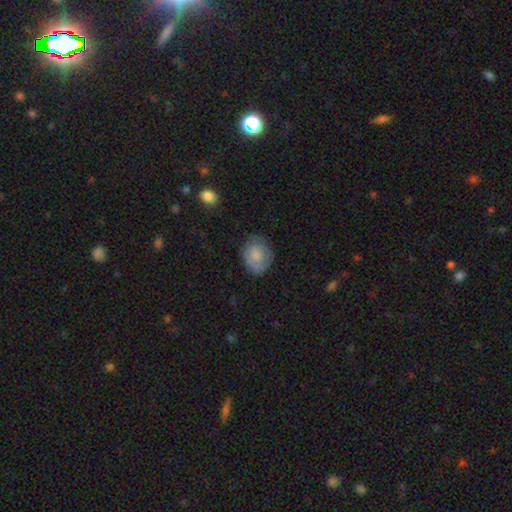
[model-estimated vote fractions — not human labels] Smooth or featured: smooth — 73% (featured or disk — 20%)
How rounded: round — 60% (in between — 39%)
Merging: none — 68% (minor disturbance — 23%)